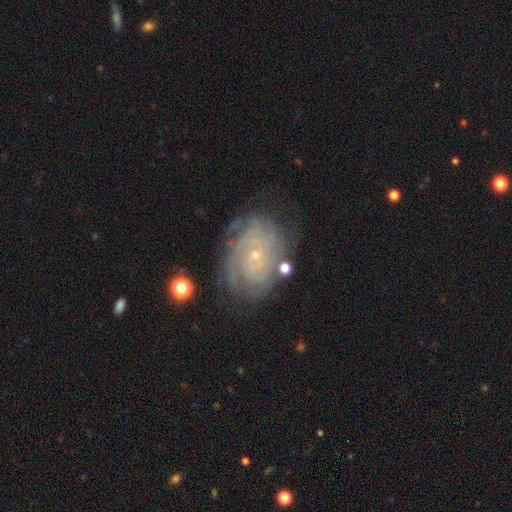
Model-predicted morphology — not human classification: Smooth or featured? featured or disk (79%)
Edge-on disk? no (97%)
Bar? no (81%)
Spiral arms? yes (94%)
Spiral winding? tight (77%)
Spiral arm count? can't tell (41%)
Bulge size? small (85%)
Merging? none (74%)